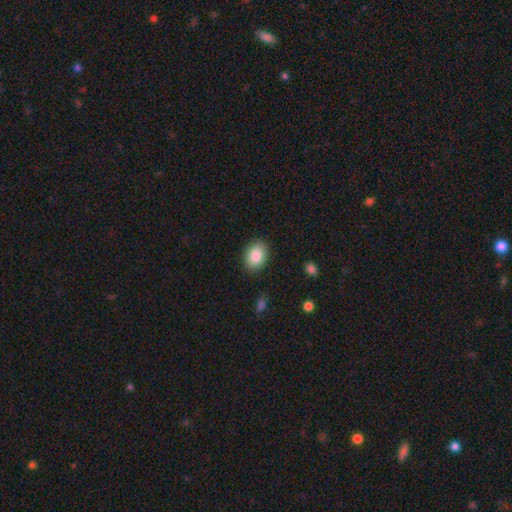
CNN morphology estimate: Smooth or featured? smooth (88%)
How rounded? in between (77%)
Merging? none (86%)